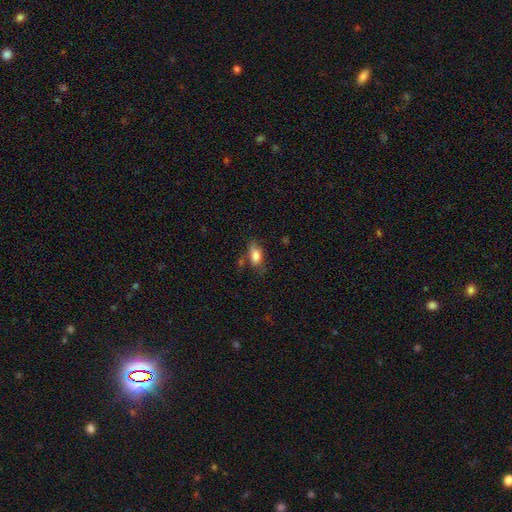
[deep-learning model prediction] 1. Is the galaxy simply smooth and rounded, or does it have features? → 80% smooth, 11% featured or disk, 9% star or artifact.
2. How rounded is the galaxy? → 84% in between, 8% cigar-shaped, 8% round.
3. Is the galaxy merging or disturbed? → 57% none, 26% minor disturbance, 9% major disturbance, 7% merger.